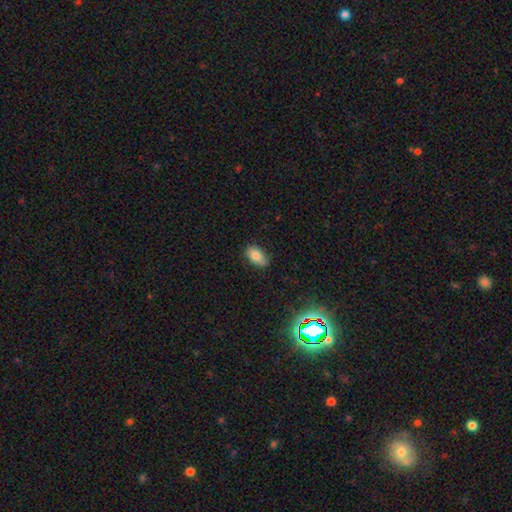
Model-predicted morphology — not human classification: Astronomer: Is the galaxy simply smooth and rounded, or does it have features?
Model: smooth — 81%.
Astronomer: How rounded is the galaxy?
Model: in between — 91%.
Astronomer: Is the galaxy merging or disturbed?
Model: none — 80%.